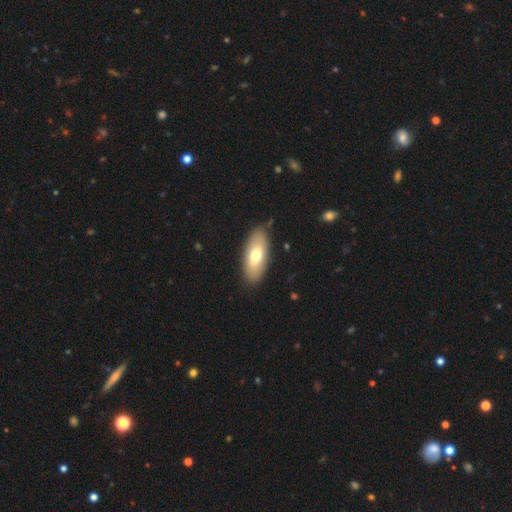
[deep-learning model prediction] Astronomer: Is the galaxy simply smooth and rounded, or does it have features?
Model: smooth — 69%.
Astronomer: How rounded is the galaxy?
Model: in between — 86%.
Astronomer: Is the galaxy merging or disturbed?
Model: none — 84%.